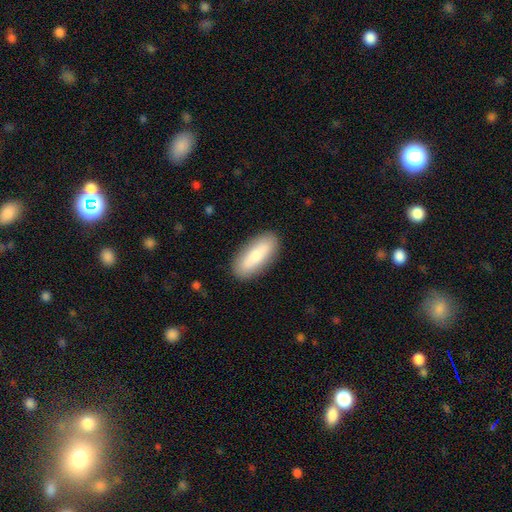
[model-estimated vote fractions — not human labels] A smooth galaxy with no disk features (76%) that is in between round and cigar-shaped (73%).

Vote fractions:
- Smooth or featured? smooth: 76% / featured or disk: 19% / star or artifact: 6%
- How rounded? in between: 73% / cigar-shaped: 24% / round: 2%
- Merging? none: 88% / minor disturbance: 9% / major disturbance: 2% / merger: 1%